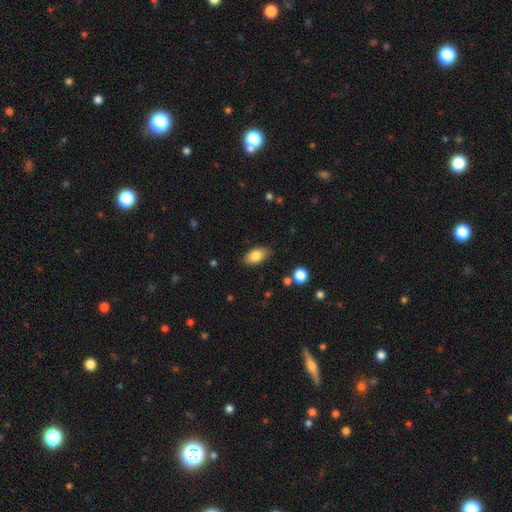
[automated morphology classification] The model was most divided on "smooth or featured": smooth: 82%, featured or disk: 11%, star or artifact: 7%. More confident: how rounded — in between (91%); merging — none (84%).